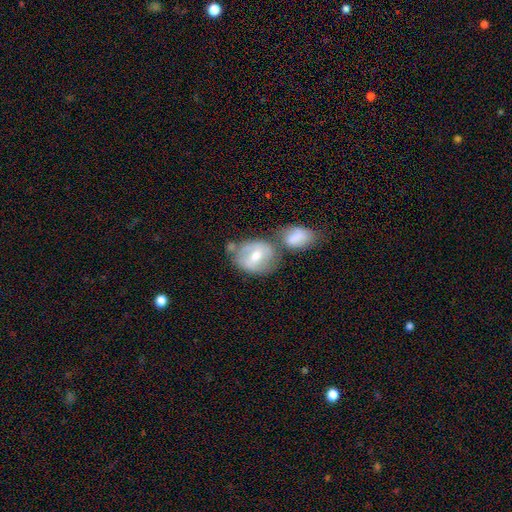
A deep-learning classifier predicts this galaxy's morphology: Smooth or featured? featured or disk (50%)
Merging? merger (44%)